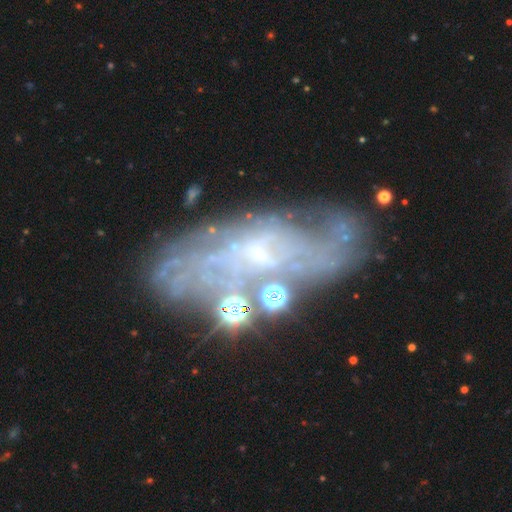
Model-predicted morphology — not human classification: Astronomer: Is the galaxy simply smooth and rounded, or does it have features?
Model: featured or disk — 73%.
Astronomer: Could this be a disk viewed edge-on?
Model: no — 90%.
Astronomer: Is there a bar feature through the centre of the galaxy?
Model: no — 52% (runner-up: weak, 36%).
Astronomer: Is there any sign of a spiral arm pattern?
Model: yes — 71%.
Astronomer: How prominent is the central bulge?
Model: small — 58%.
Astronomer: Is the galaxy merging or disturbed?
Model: none — 59%.